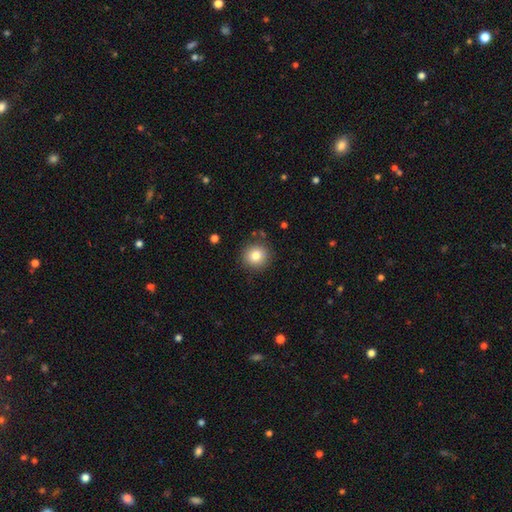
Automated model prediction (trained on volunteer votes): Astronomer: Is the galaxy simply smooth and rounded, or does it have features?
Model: smooth — 82%.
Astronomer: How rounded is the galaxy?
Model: round — 92%.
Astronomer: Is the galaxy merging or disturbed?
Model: none — 87%.